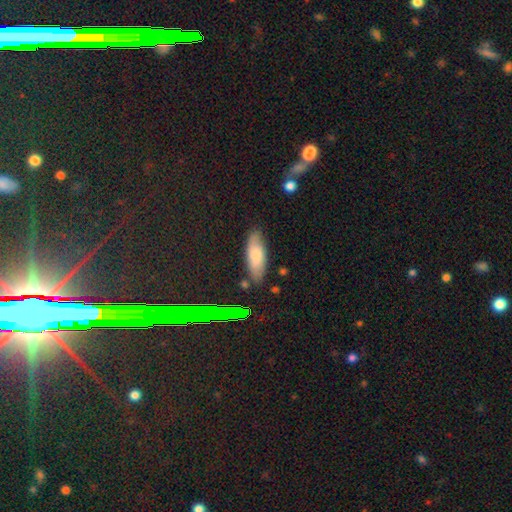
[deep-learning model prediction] This appears to be a smooth galaxy with no disk features (76%) that is in between round and cigar-shaped (65%). Merging: none (78%).